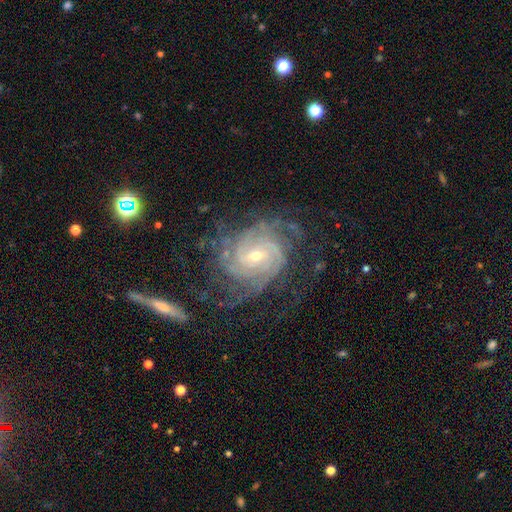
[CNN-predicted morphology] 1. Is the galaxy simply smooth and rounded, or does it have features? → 90% featured or disk, 6% star or artifact, 4% smooth.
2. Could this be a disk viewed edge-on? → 97% no, 3% yes.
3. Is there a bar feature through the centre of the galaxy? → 48% no, 38% weak, 14% strong.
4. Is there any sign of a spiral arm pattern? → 98% yes, 2% no.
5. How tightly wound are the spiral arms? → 70% tight, 25% medium, 5% loose.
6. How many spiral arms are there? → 27% 4, 23% can't tell, 18% 3, 13% 2, 12% more than 4, 6% 1.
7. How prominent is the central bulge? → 62% small, 35% moderate, 1% large, 1% none, 1% dominant.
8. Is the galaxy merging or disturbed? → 68% none, 18% minor disturbance, 12% major disturbance, 2% merger.